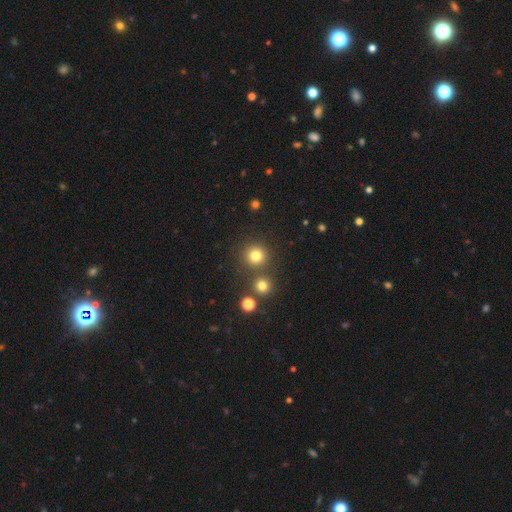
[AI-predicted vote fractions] Smooth or featured? smooth (79%)
How rounded? round (94%)
Merging? none (81%)